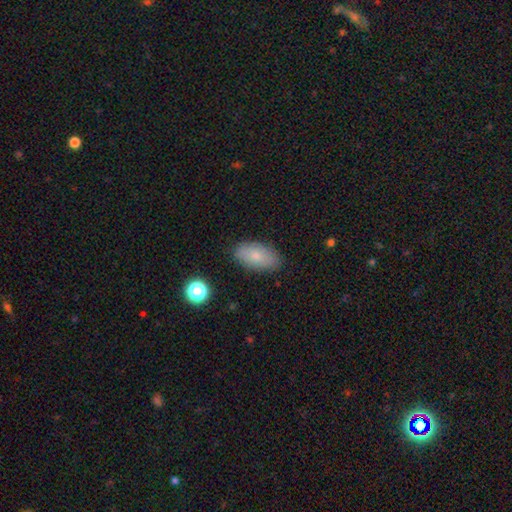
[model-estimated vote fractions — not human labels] smooth_or_featured: smooth (p=0.80) [alt: featured or disk p=0.12]
how_rounded: in between (p=0.93) [alt: round p=0.04]
merging: none (p=0.85) [alt: minor disturbance p=0.11]